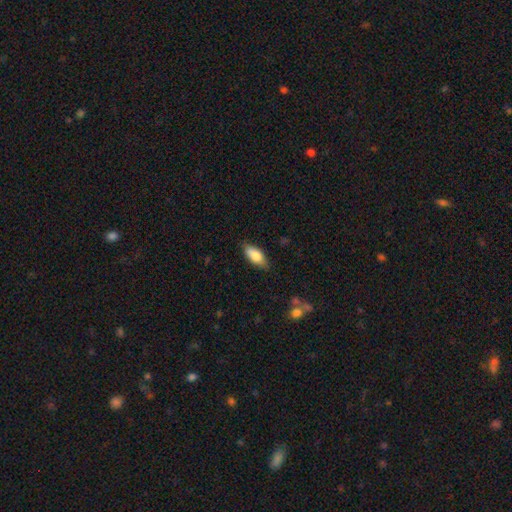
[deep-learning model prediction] smooth-or-featured: smooth: 80% | featured or disk: 13% | star or artifact: 6%
  how-rounded: in between: 83% | cigar-shaped: 14% | round: 3%
  merging: none: 78% | minor disturbance: 17% | major disturbance: 3% | merger: 2%